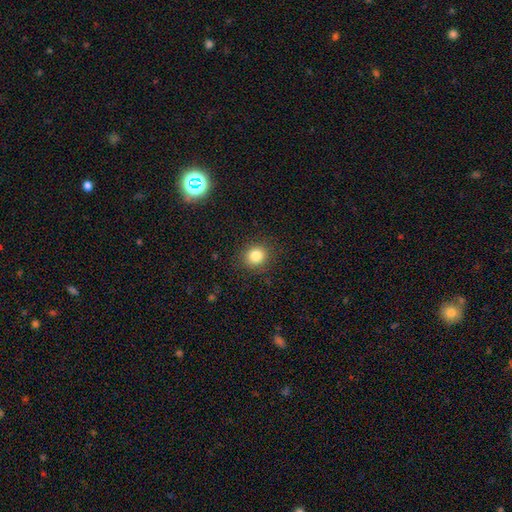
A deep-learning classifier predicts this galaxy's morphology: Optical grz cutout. It shows a smooth galaxy with no disk features (83%) that is round (80%). Merging: none (88%).